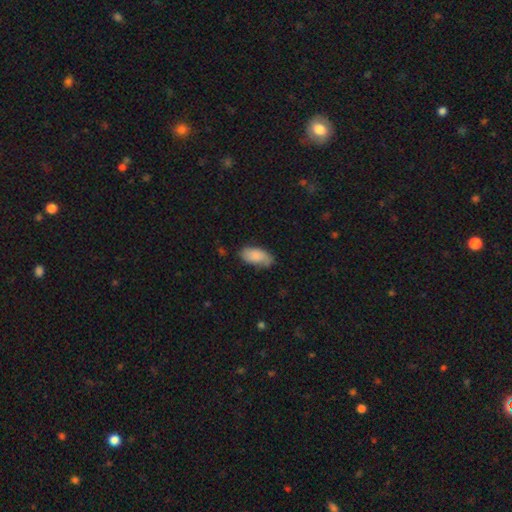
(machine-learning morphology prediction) Smooth or featured? smooth (84%)
How rounded? in between (92%)
Merging? none (66%)